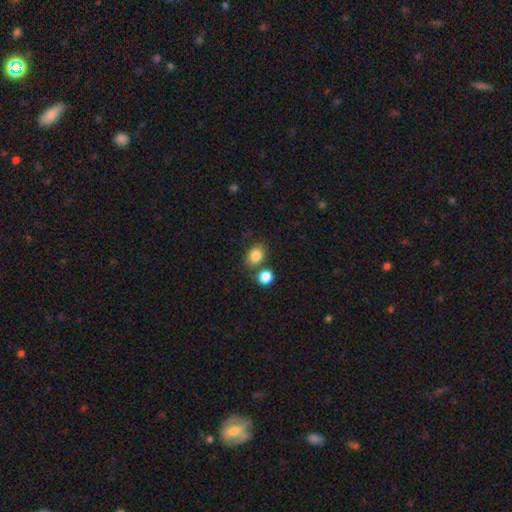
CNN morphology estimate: Smooth or featured? smooth (84%)
How rounded? in between (50%)
Merging? none (68%)